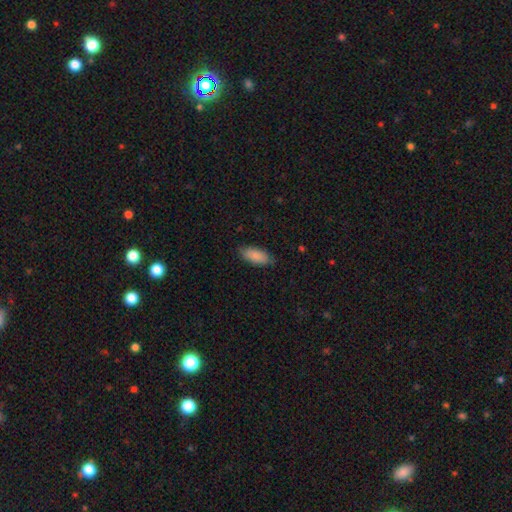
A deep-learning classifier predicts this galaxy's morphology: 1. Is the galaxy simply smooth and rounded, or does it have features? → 86% smooth, 8% featured or disk, 6% star or artifact.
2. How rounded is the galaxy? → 87% in between, 11% cigar-shaped, 2% round.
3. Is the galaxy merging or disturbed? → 82% none, 15% minor disturbance, 3% major disturbance, 1% merger.